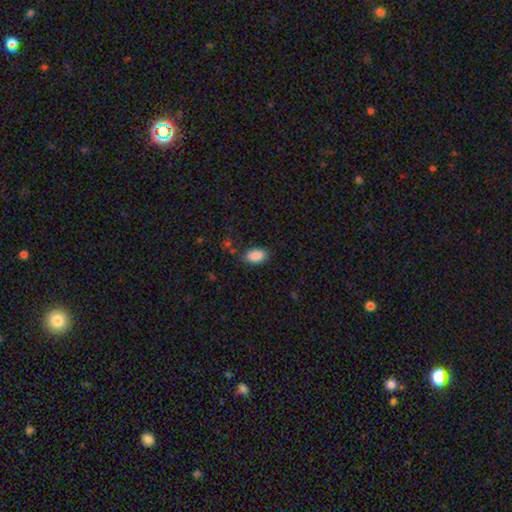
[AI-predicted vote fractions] This appears to be a smooth galaxy with no disk features (89%) that is in between round and cigar-shaped (93%). Merging: none (83%).